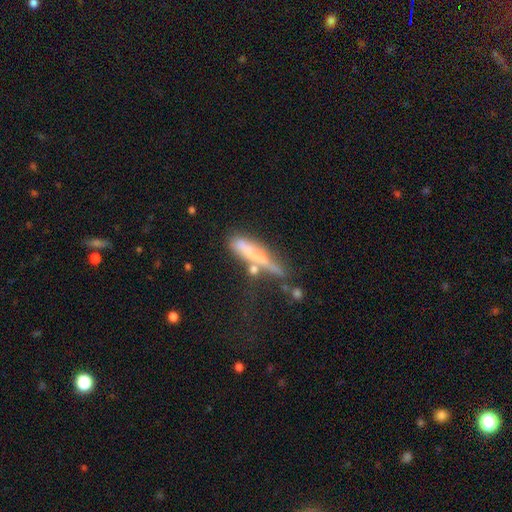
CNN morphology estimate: Smooth or featured? smooth (54%)
How rounded? cigar-shaped (89%)
Merging? none (48%)